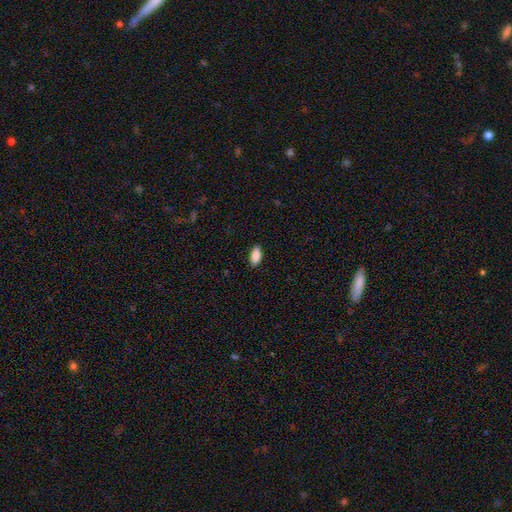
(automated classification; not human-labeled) Q: Smooth or featured?
A: smooth (88%); runner-up: star or artifact (7%)
Q: How rounded?
A: in between (89%); runner-up: cigar-shaped (9%)
Q: Merging?
A: none (89%); runner-up: minor disturbance (8%)